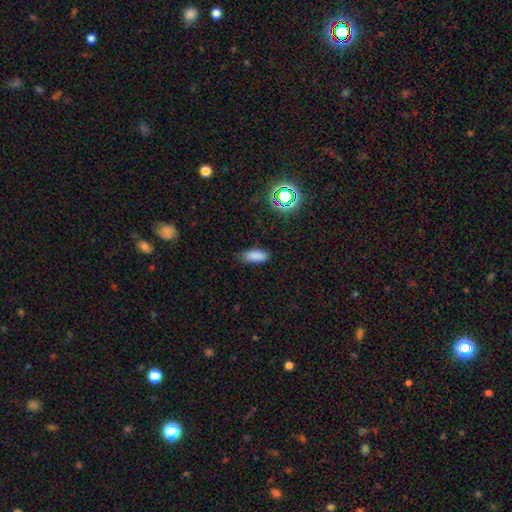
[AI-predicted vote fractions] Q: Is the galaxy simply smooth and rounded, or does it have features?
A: smooth — 83%.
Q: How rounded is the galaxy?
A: in between — 76%.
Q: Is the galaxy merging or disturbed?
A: none — 78%.